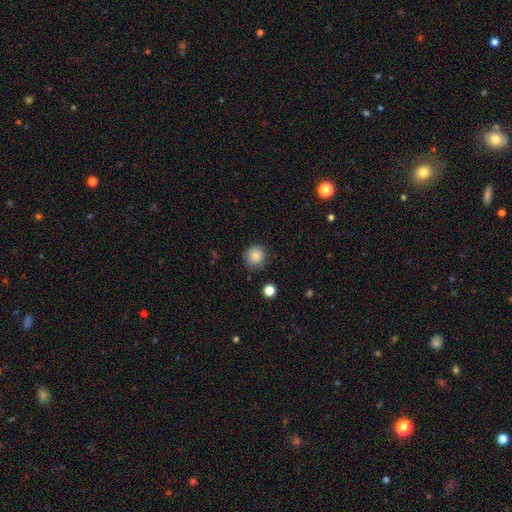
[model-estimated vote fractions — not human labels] This appears to be a smooth galaxy with no disk features (85%) that is round (92%). Merging: none (84%).